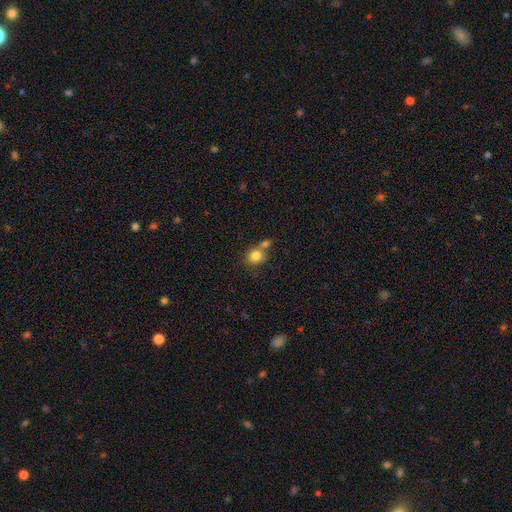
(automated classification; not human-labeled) This is clearly a smooth galaxy (81%). How rounded: likely round (79%). Merging: possibly none (46%).